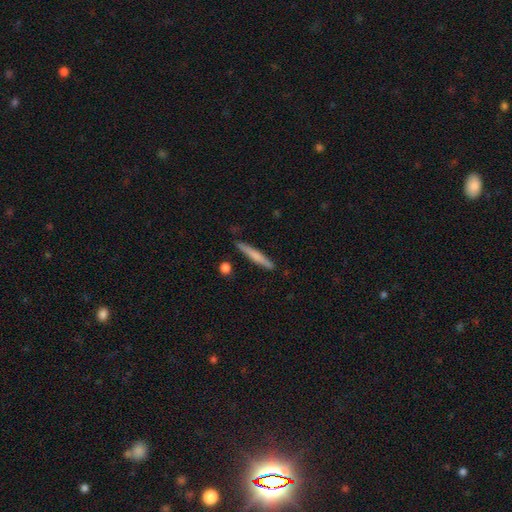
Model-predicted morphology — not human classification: smooth-or-featured: smooth: 61% | featured or disk: 34% | star or artifact: 5%
  how-rounded: cigar-shaped: 95% | in between: 4% | round: 1%
  merging: none: 87% | minor disturbance: 9% | merger: 2% | major disturbance: 2%